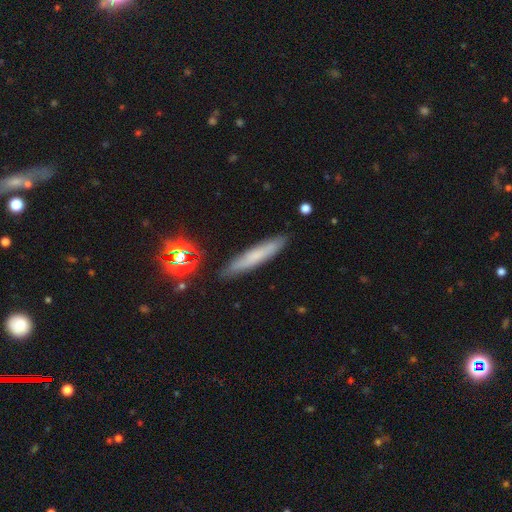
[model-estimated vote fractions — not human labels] Smooth or featured? smooth (63%)
How rounded? cigar-shaped (89%)
Merging? none (87%)